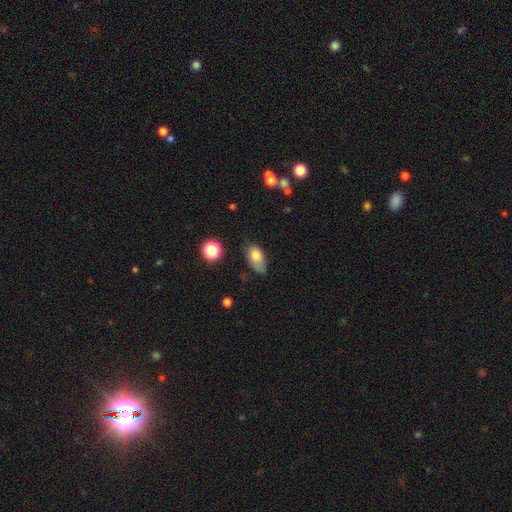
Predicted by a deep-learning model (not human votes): The model was most divided on "merging": none: 47%, minor disturbance: 39%, major disturbance: 12%, merger: 3%. More confident: how rounded — in between (90%); smooth or featured — smooth (78%).